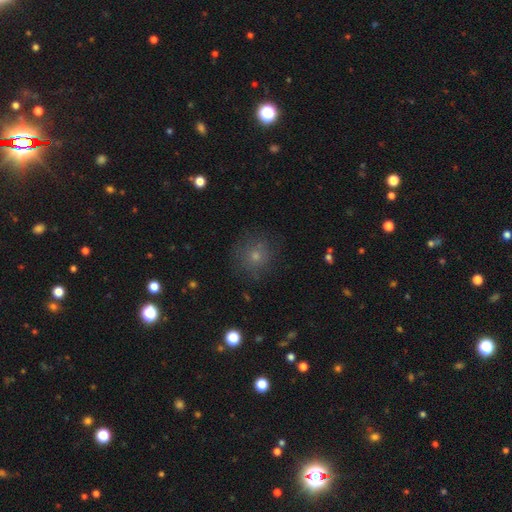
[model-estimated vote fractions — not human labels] This appears to be a smooth galaxy with no disk features (67%) that is round (90%). Merging: none (79%).